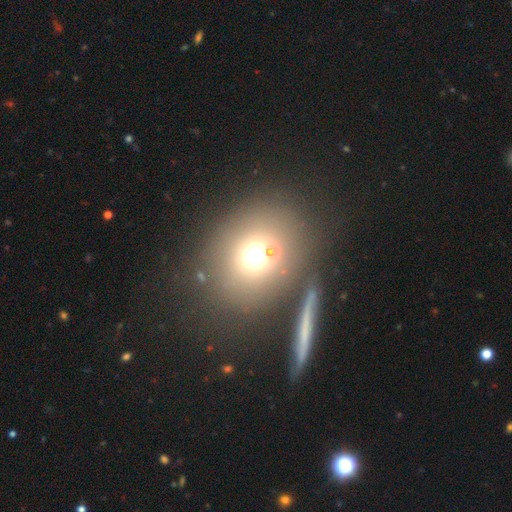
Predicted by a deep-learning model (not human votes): This is likely a smooth galaxy (61%). How rounded: likely round (77%). Merging: likely none (65%).